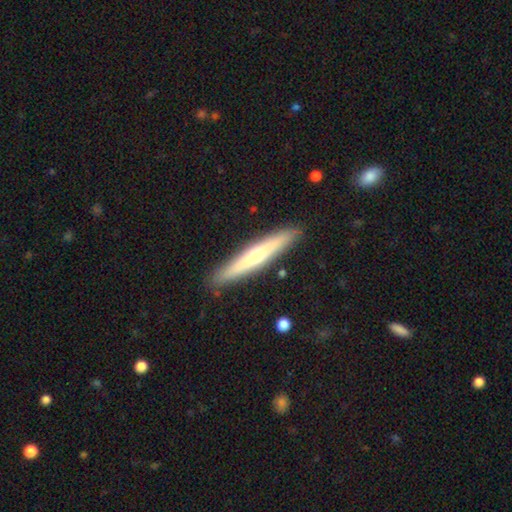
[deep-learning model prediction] A smooth galaxy with no disk features (50%) that is cigar-shaped (94%). Merging: none (90%).